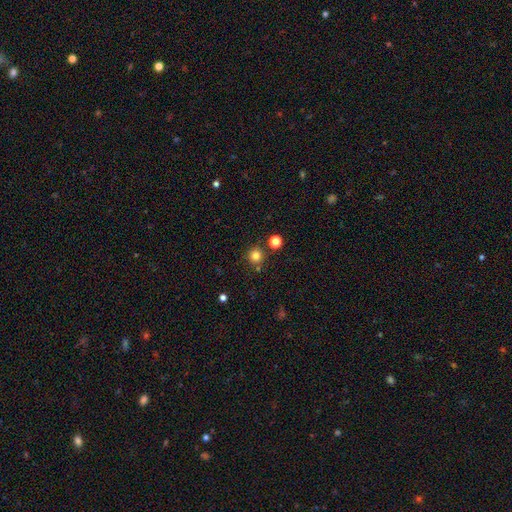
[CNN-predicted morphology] This appears to be a smooth galaxy with no disk features (80%) that is round (94%). Merging: none (84%).